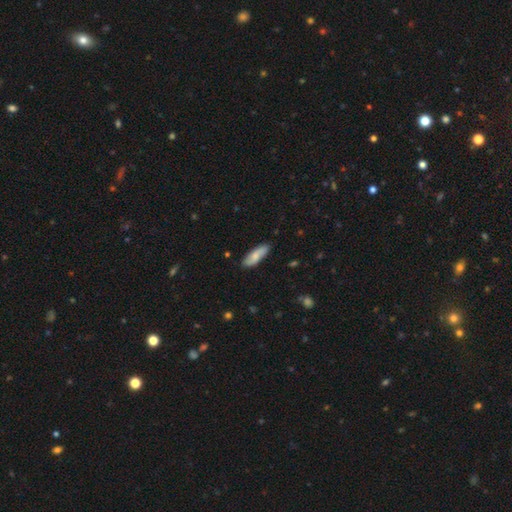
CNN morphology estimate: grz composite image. It shows a smooth galaxy with no disk features (72%) that is in between round and cigar-shaped (59%). Merging: none (83%).